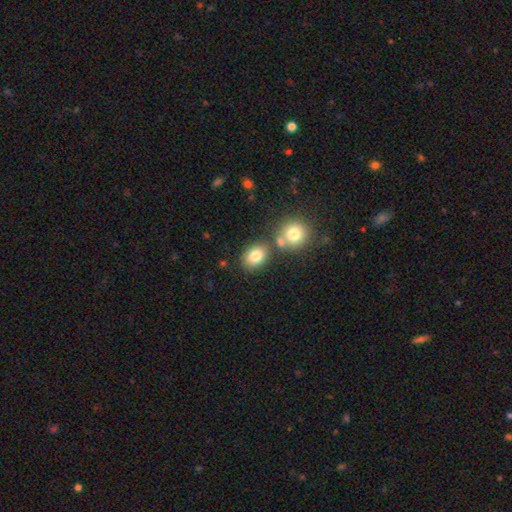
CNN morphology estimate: type=smooth (81%); roundness=in between (63%); merging=none (67%).